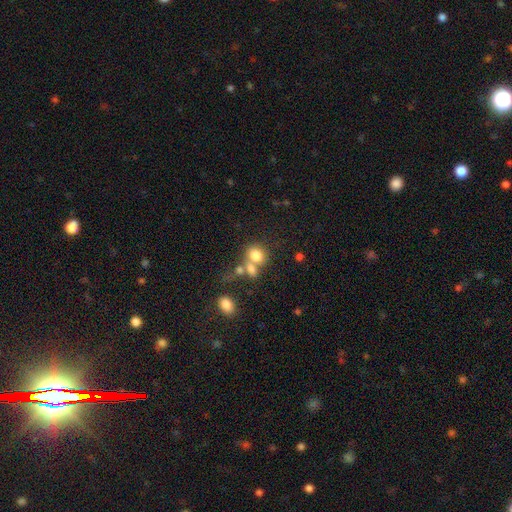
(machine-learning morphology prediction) Overall: smooth (77%). How rounded: in between (53%; round 46%). Merging: merger (47%; none 35%).